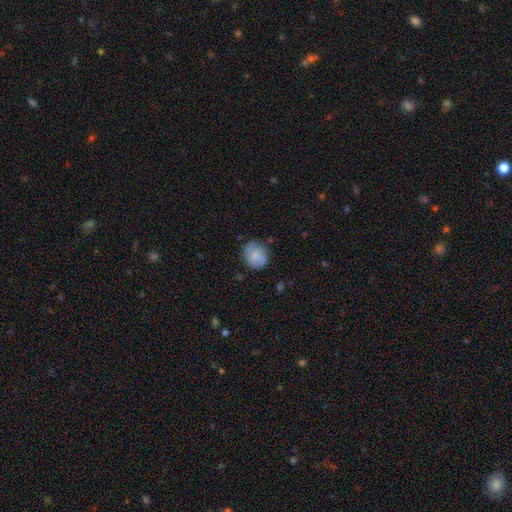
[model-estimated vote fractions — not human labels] A smooth galaxy with no disk features (76%) that is round (76%). Merging: none (73%).